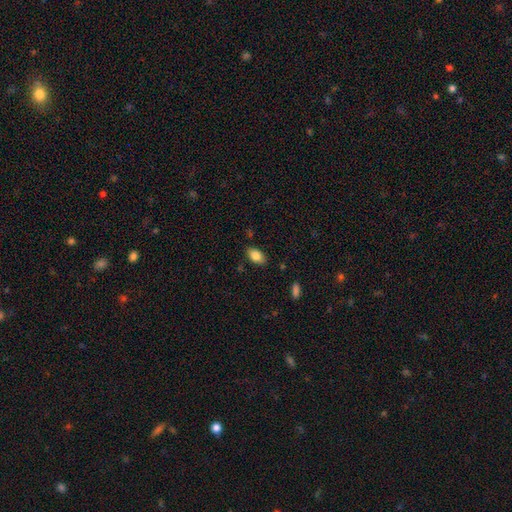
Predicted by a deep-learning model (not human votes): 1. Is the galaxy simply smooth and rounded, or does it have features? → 84% smooth, 9% featured or disk, 8% star or artifact.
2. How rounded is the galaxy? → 92% in between, 5% round, 3% cigar-shaped.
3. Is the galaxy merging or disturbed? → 84% none, 11% minor disturbance, 3% major disturbance, 2% merger.